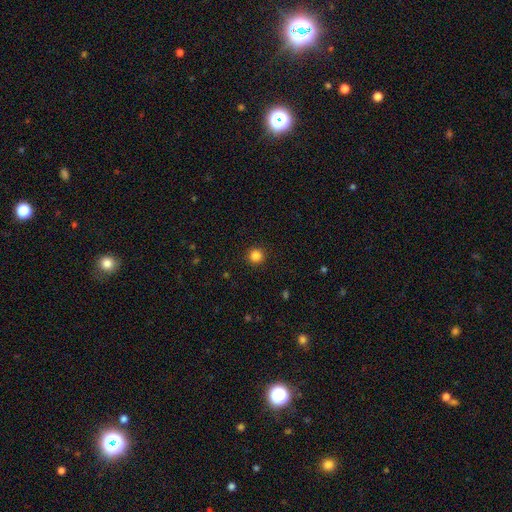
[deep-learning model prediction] A smooth galaxy with no disk features (85%) that is round (95%).

Vote fractions:
- Smooth or featured? smooth: 85% / star or artifact: 12% / featured or disk: 4%
- How rounded? round: 95% / in between: 4% / cigar-shaped: 1%
- Merging? none: 92% / minor disturbance: 5% / major disturbance: 2% / merger: 1%